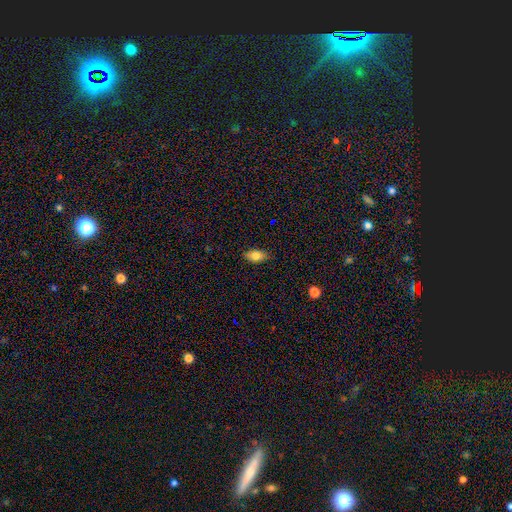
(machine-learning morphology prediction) Smooth or featured? smooth (79%)
How rounded? in between (89%)
Merging? none (85%)